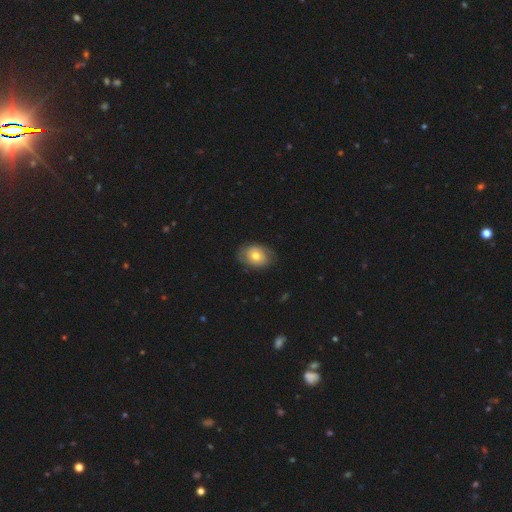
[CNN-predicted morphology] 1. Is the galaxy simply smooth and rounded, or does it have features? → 56% smooth, 37% featured or disk, 8% star or artifact.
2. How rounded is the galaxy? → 67% in between, 32% round, 1% cigar-shaped.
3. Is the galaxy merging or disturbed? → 74% none, 19% minor disturbance, 6% major disturbance, 1% merger.